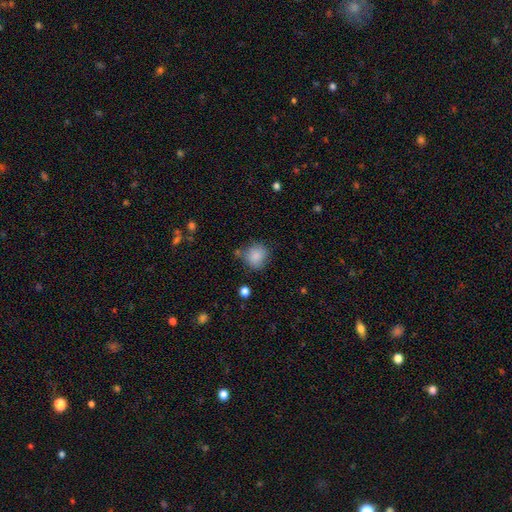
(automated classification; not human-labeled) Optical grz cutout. It shows a smooth galaxy with no disk features (86%) that is round (81%). Merging: none (69%).